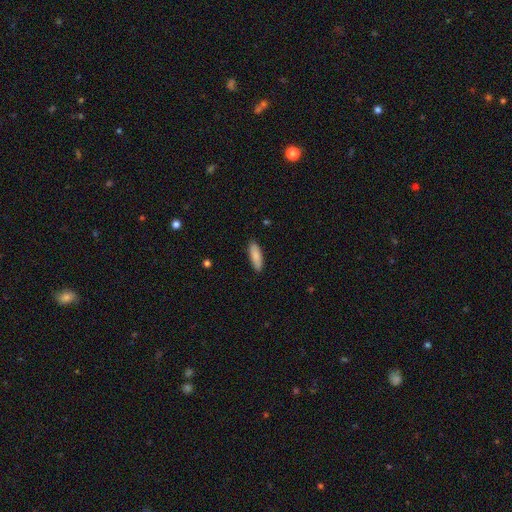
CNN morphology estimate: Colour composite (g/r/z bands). It shows a smooth galaxy with no disk features (86%) that is in between round and cigar-shaped (50%). Merging: none (87%).